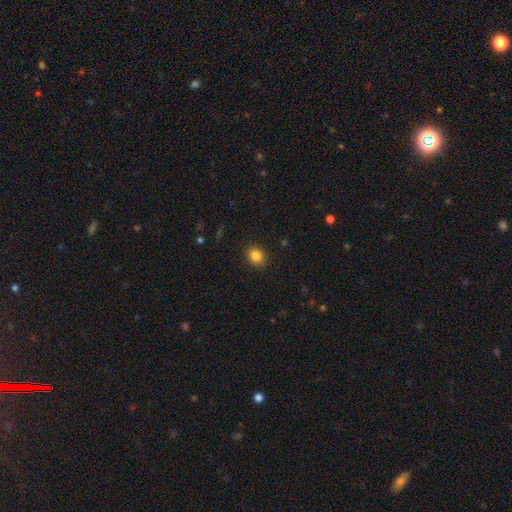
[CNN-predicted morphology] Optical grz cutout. It shows a smooth galaxy with no disk features (85%) that is round (63%). Merging: none (89%).